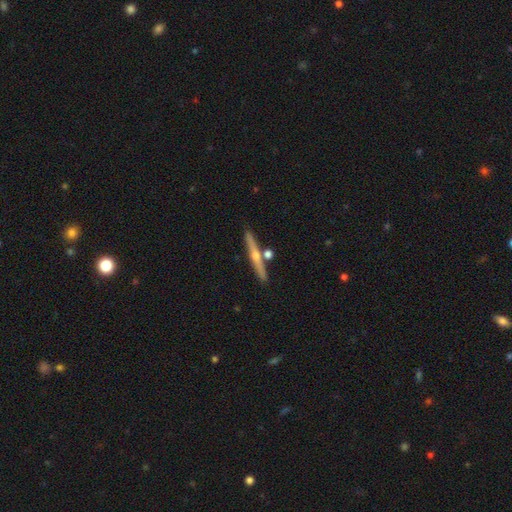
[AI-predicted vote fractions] Q: Smooth or featured?
A: featured or disk (71%); runner-up: smooth (22%)
Q: Edge-on disk?
A: yes (97%); runner-up: no (3%)
Q: Edge-on bulge?
A: rounded (85%); runner-up: none (12%)
Q: Merging?
A: none (84%); runner-up: minor disturbance (7%)